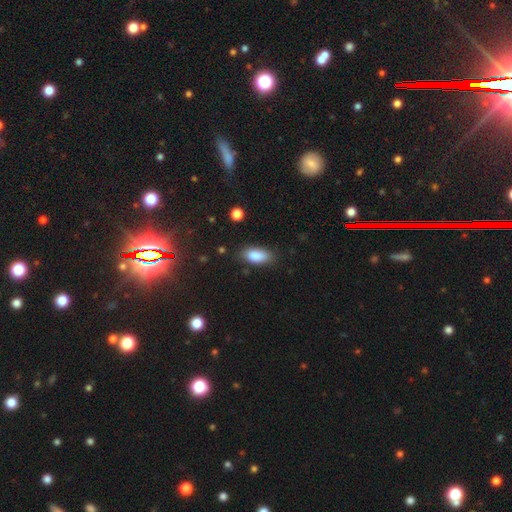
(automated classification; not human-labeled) smooth 86%, star or artifact 7%, featured or disk 6%. Down the decision tree: how rounded — in between (88%); merging — none (78%).